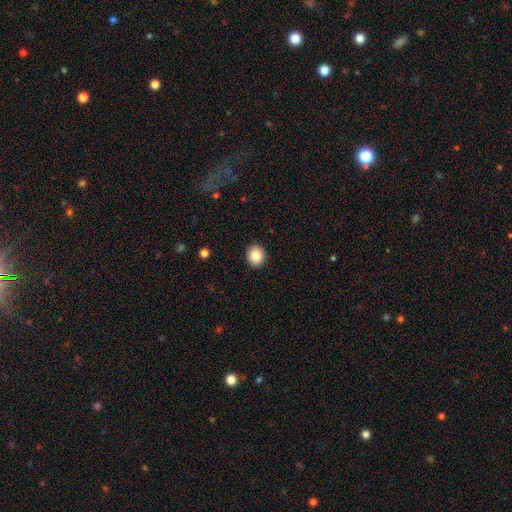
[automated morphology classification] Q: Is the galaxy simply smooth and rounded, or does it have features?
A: smooth — 84%.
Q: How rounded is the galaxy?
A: round — 77%.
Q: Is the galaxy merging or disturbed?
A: none — 92%.